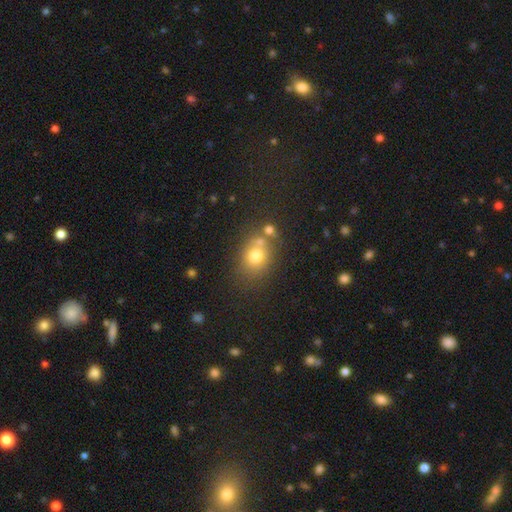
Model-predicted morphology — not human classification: Smooth or featured? Predicted: smooth (p=0.74). How rounded? Predicted: round (p=0.60). Merging? Predicted: none (p=0.58).